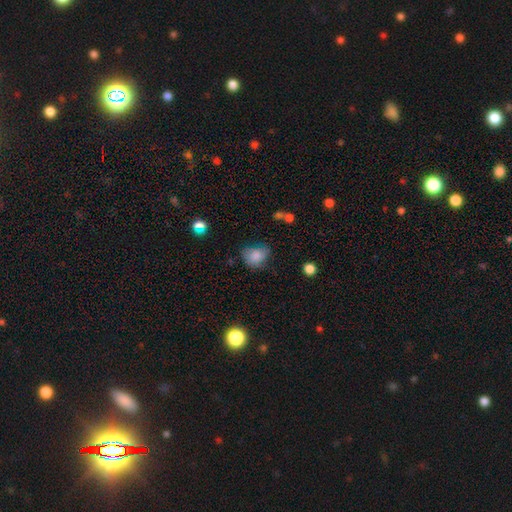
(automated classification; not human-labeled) Smooth or featured? smooth (82%)
How rounded? round (53%)
Merging? none (53%)